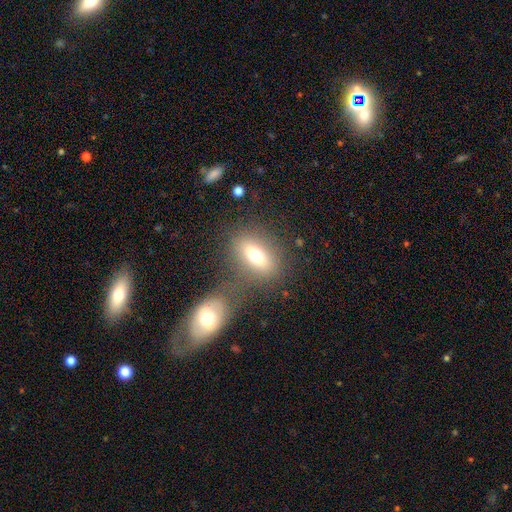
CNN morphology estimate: type=smooth (70%); roundness=in between (76%); merging=none (63%).